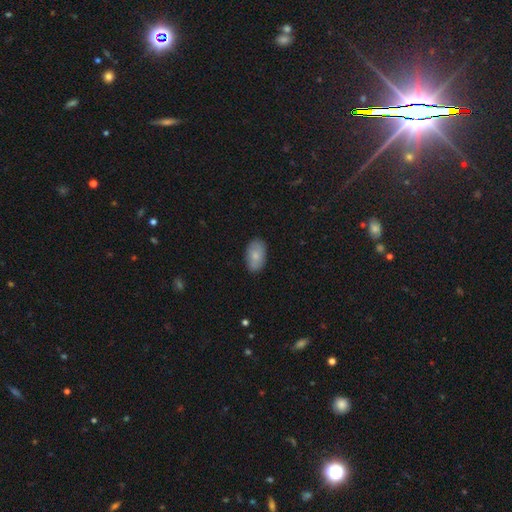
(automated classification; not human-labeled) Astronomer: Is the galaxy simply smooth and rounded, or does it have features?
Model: smooth — 78%.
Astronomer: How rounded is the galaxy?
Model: in between — 92%.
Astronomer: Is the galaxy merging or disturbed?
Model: none — 83%.